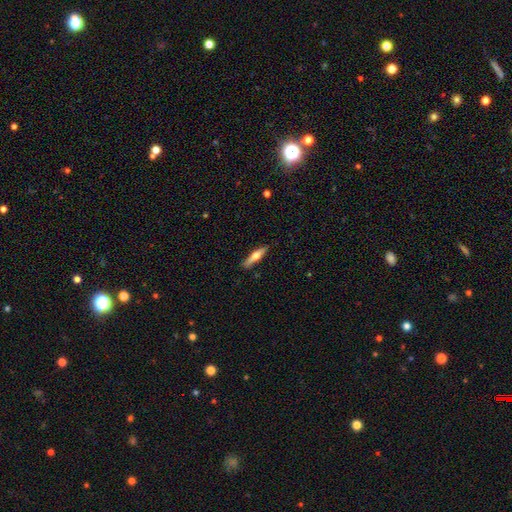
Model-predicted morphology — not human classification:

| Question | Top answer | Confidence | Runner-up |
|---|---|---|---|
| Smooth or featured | featured or disk | 48% | smooth (46%) |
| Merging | none | 87% | minor disturbance (10%) |